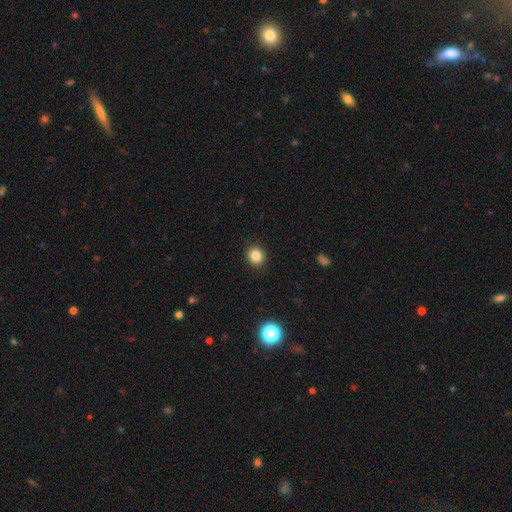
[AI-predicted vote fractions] Overall: smooth (84%). How rounded: round (85%). Merging: none (92%).